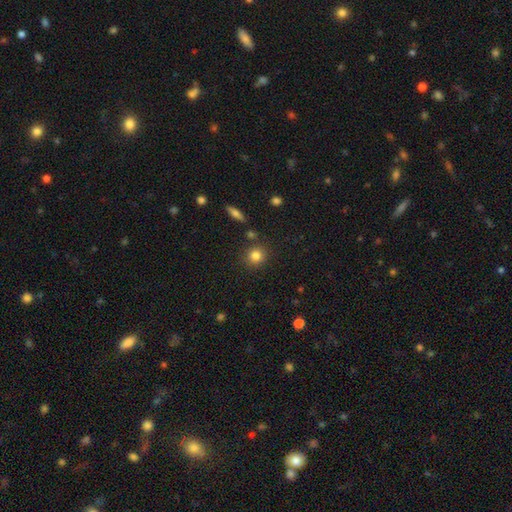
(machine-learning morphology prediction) smooth-or-featured: smooth: 82% | star or artifact: 10% | featured or disk: 8%
  how-rounded: round: 89% | in between: 10% | cigar-shaped: 1%
  merging: none: 84% | minor disturbance: 9% | merger: 5% | major disturbance: 3%